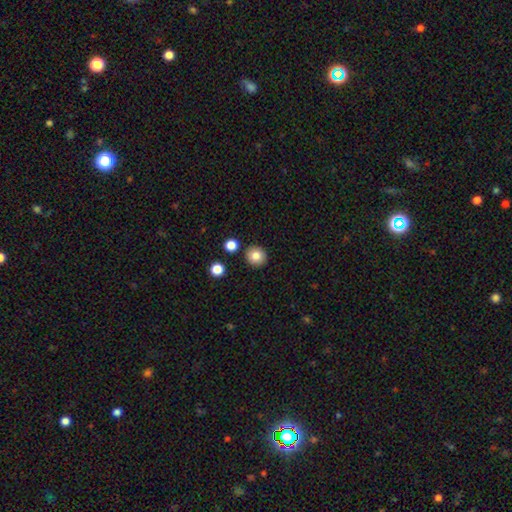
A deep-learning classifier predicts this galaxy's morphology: Overall: smooth (83%). How rounded: round (90%). Merging: none (89%).